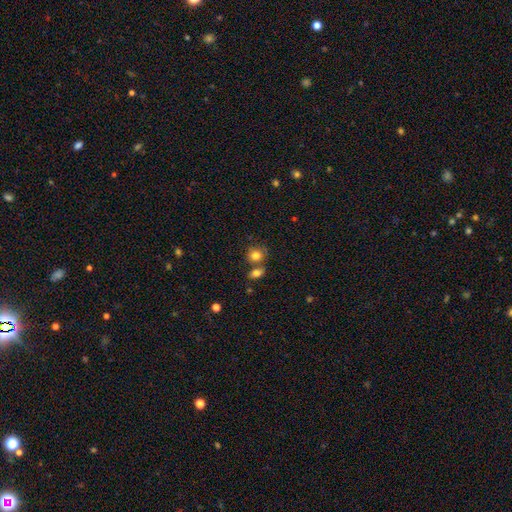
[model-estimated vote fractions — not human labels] Smooth or featured?
  - smooth: 80% *
  - star or artifact: 10%
  - featured or disk: 9%
How rounded?
  - round: 68% *
  - in between: 31%
  - cigar-shaped: 1%
Merging?
  - none: 51% *
  - merger: 33%
  - minor disturbance: 11%
  - major disturbance: 4%